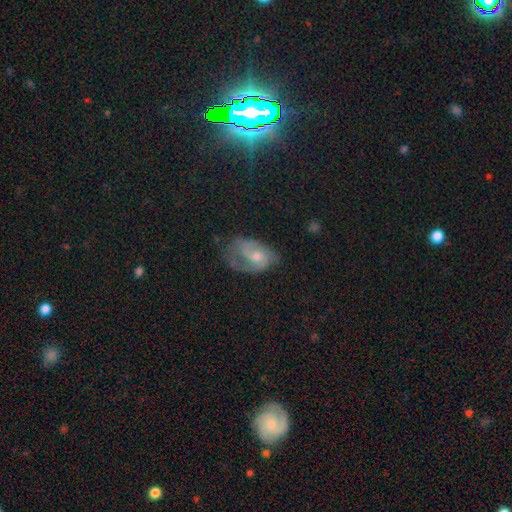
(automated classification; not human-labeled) smooth_or_featured: featured or disk (p=0.61) [alt: smooth p=0.30]
disk_edge_on: no (p=0.96) [alt: yes p=0.04]
bar: no (p=0.64) [alt: weak p=0.31]
has_spiral_arms: yes (p=0.81) [alt: no p=0.19]
bulge_size: moderate (p=0.52) [alt: small p=0.35]
merging: none (p=0.37) [alt: major disturbance p=0.32]